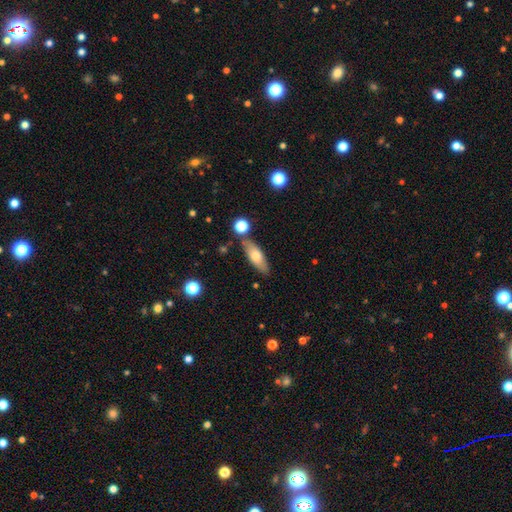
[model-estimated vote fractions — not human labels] Overall: smooth (64%; featured or disk 29%). How rounded: in between (61%; cigar-shaped 36%). Merging: none (75%).